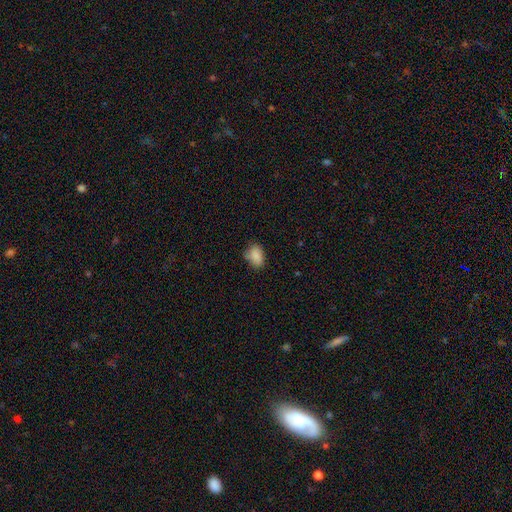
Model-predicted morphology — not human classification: Smooth or featured? smooth (87%)
How rounded? in between (77%)
Merging? none (70%)